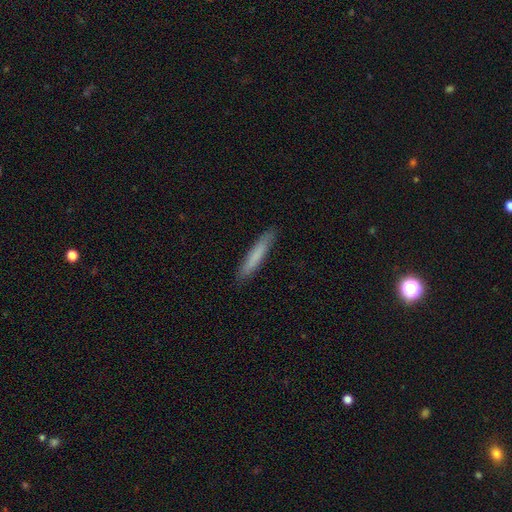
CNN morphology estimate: Q: Smooth or featured?
A: smooth (76%); runner-up: featured or disk (18%)
Q: How rounded?
A: cigar-shaped (94%); runner-up: in between (5%)
Q: Merging?
A: none (89%); runner-up: minor disturbance (8%)